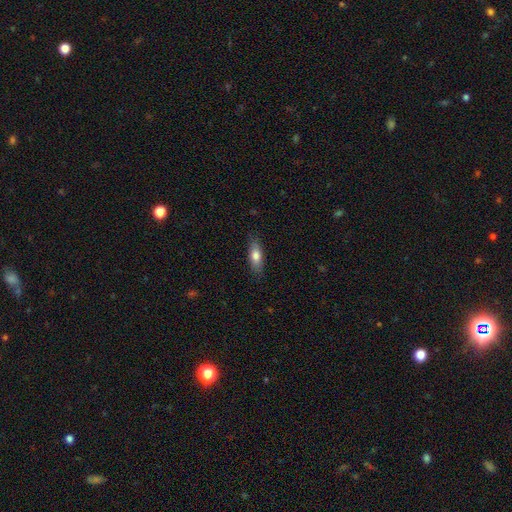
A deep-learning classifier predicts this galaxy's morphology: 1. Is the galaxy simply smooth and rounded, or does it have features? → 76% smooth, 18% featured or disk, 6% star or artifact.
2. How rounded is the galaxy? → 69% in between, 28% cigar-shaped, 3% round.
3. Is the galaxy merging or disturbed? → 82% none, 14% minor disturbance, 3% major disturbance, 1% merger.